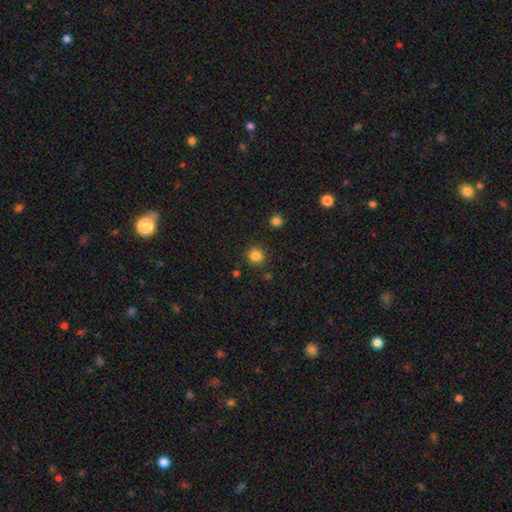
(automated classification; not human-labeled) This appears to be a smooth galaxy with no disk features (84%) that is round (91%). Merging: none (89%).